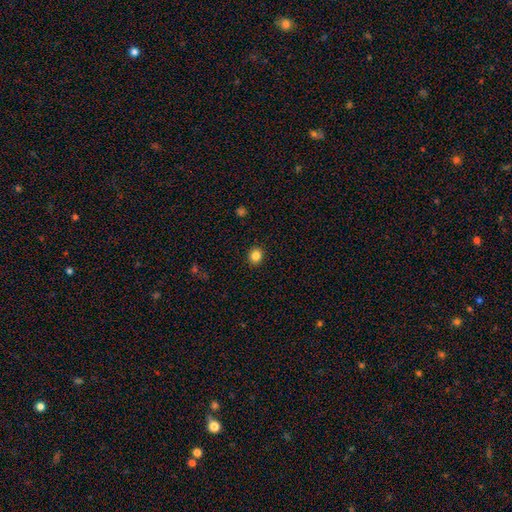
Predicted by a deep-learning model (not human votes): smooth-or-featured: smooth: 85% | star or artifact: 11% | featured or disk: 4%
  how-rounded: round: 81% | in between: 19% | cigar-shaped: 1%
  merging: none: 92% | minor disturbance: 5% | major disturbance: 2% | merger: 1%